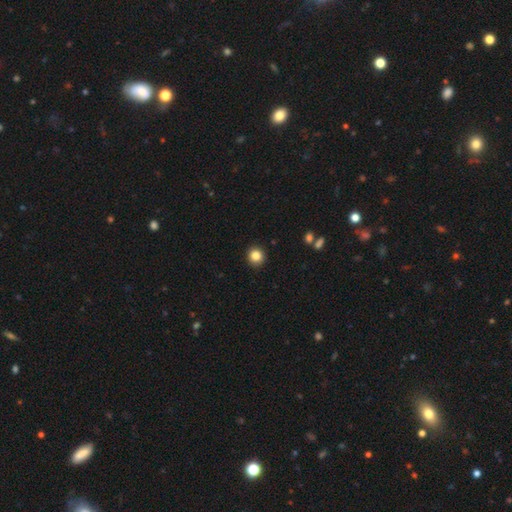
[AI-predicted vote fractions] This is clearly a smooth galaxy (84%). How rounded: clearly round (93%). Merging: clearly none (92%).